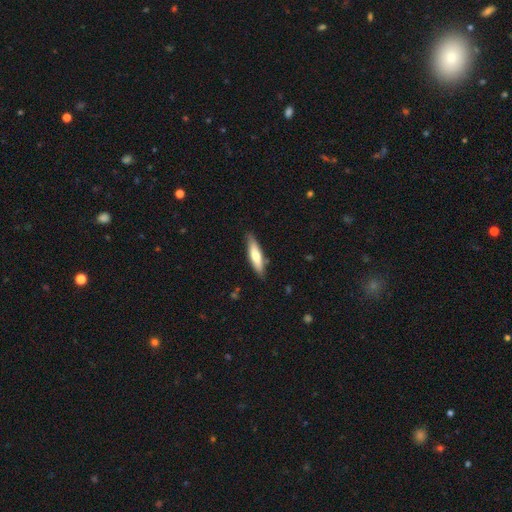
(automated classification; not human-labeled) Smooth or featured: smooth — 64% (featured or disk — 31%)
How rounded: cigar-shaped — 70% (in between — 29%)
Merging: none — 83% (minor disturbance — 13%)